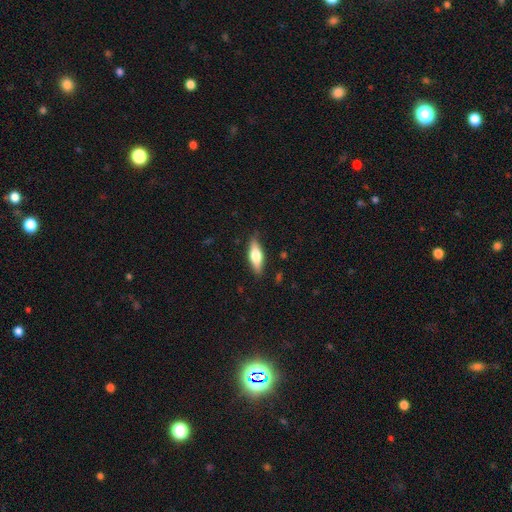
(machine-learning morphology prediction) type=smooth (55%); roundness=in between (57%); merging=none (84%).